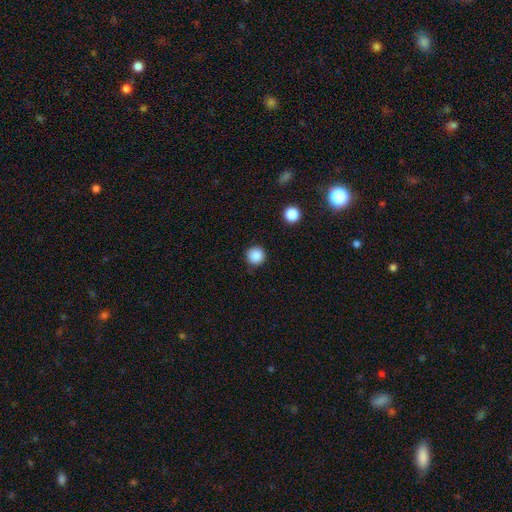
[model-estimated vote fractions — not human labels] Smooth or featured: smooth — 86% (star or artifact — 11%)
How rounded: round — 96% (in between — 3%)
Merging: none — 90% (minor disturbance — 7%)